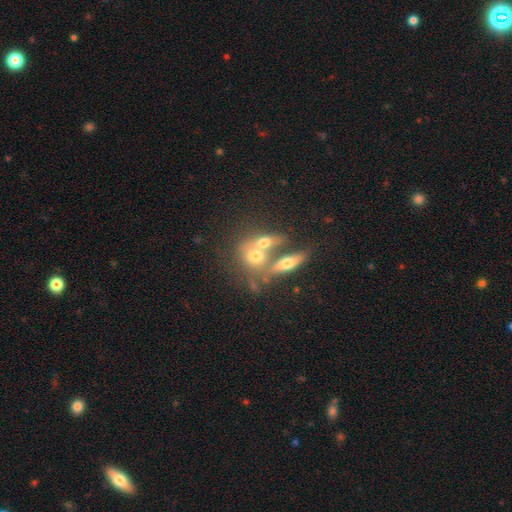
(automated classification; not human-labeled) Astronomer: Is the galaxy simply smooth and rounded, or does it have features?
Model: smooth — 58%.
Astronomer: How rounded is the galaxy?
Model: in between — 49% (runner-up: round, 41%).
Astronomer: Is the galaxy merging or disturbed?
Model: merger — 57%.